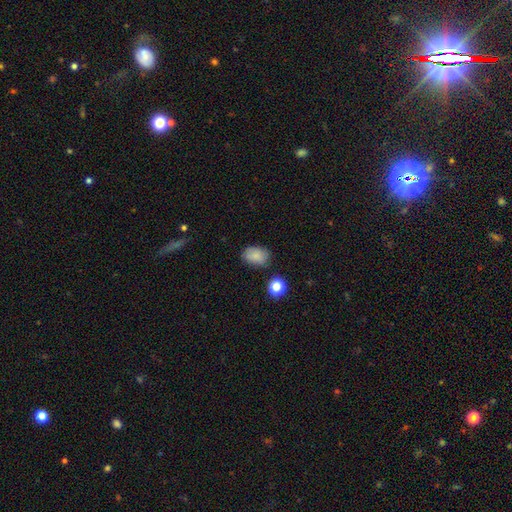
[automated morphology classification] Smooth or featured? Predicted: smooth (p=0.82). How rounded? Predicted: in between (p=0.82). Merging? Predicted: none (p=0.77).